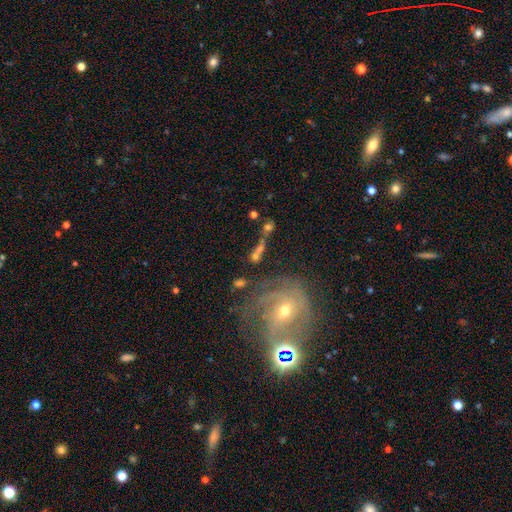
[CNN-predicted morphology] A featured or disk galaxy (52%).

Vote fractions:
- Smooth or featured? featured or disk: 52% / smooth: 32% / star or artifact: 17%
- Edge-on disk? no: 82% / yes: 18%
- Merging? none: 52% / merger: 19% / minor disturbance: 17% / major disturbance: 12%